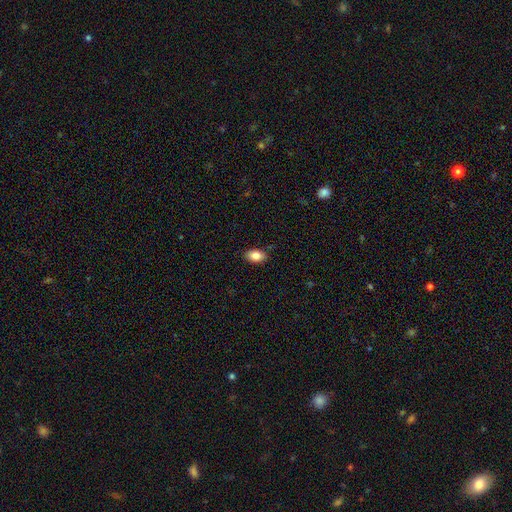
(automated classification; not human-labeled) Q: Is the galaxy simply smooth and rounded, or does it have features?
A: smooth — 83%.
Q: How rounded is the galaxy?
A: in between — 90%.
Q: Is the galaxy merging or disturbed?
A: none — 87%.